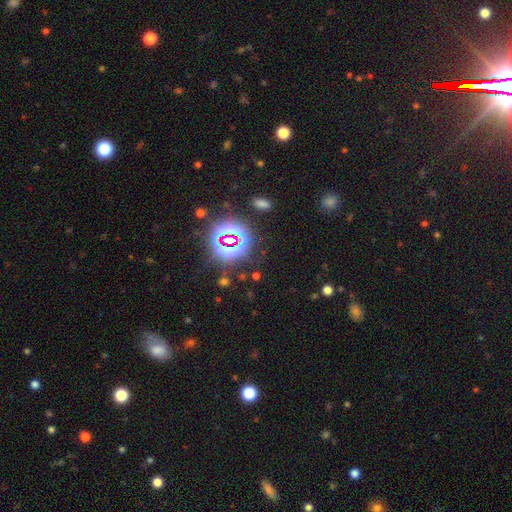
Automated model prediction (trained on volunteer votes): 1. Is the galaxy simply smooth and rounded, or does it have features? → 79% star or artifact, 13% smooth, 9% featured or disk.